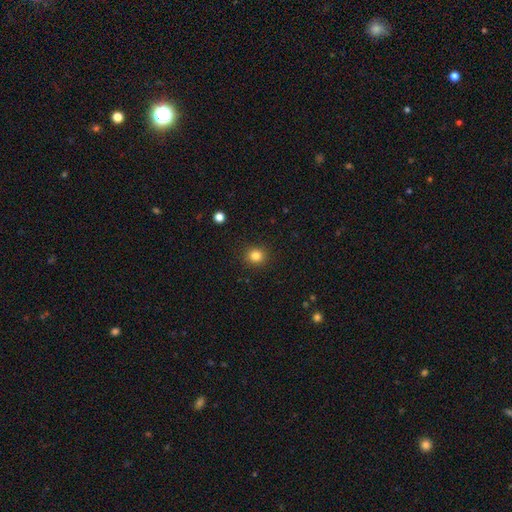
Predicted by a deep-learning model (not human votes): Overall: smooth (83%). How rounded: round (88%). Merging: none (91%).